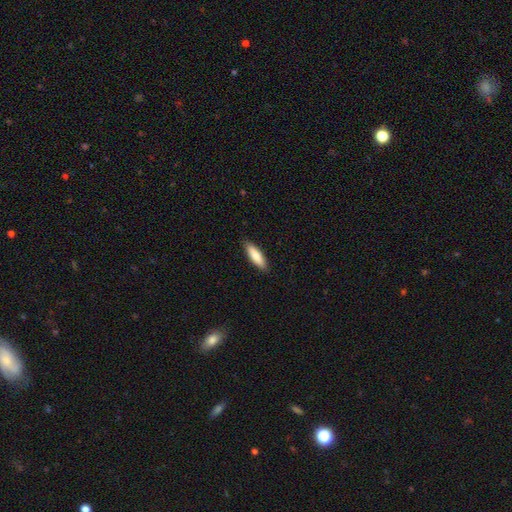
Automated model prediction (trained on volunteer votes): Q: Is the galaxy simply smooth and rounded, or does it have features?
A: smooth — 79%.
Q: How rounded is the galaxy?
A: cigar-shaped — 53%.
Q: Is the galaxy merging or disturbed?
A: none — 89%.